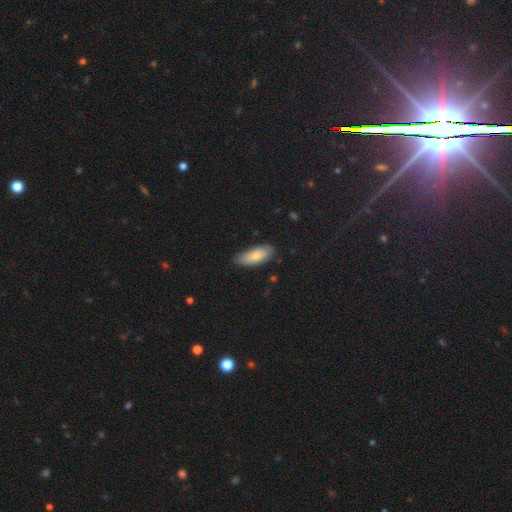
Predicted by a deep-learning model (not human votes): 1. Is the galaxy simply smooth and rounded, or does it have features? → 75% smooth, 19% featured or disk, 6% star or artifact.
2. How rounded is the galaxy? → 78% in between, 19% cigar-shaped, 2% round.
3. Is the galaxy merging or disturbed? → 79% none, 17% minor disturbance, 2% major disturbance, 1% merger.